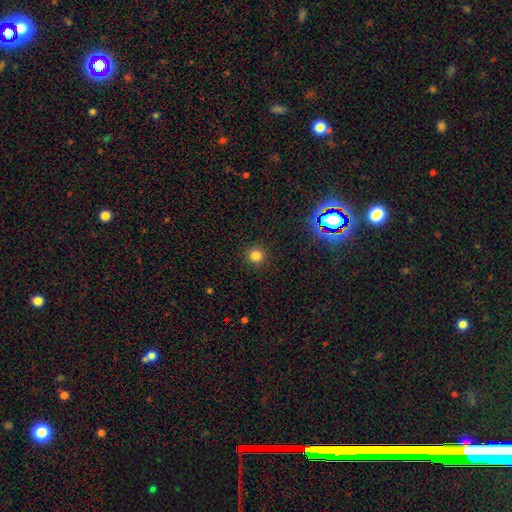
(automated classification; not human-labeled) The model was most divided on "smooth or featured": smooth: 79%, star or artifact: 16%, featured or disk: 5%. More confident: how rounded — round (93%); merging — none (91%).